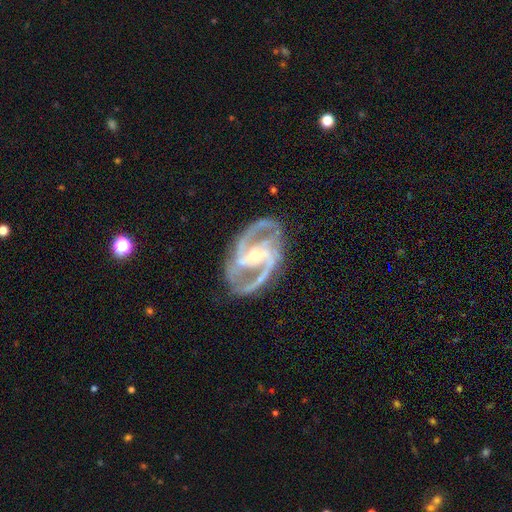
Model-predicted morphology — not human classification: A featured or disk galaxy (93%) with a strong bar (44%), 2 (69%) medium (63%) spiral arms (98%) and a small central bulge (52%). Merging: none (73%).